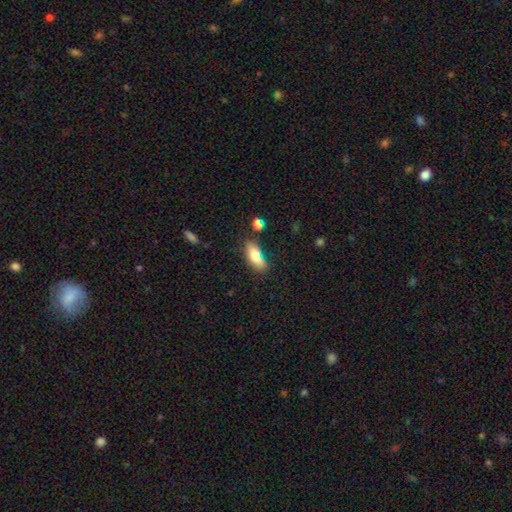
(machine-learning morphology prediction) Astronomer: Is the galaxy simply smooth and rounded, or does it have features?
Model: smooth — 76%.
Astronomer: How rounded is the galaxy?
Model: in between — 79%.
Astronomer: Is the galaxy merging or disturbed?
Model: none — 73%.